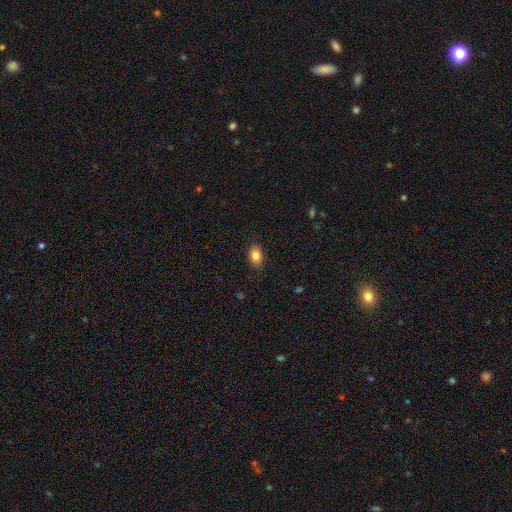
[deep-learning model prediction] A smooth galaxy with no disk features (85%) that is in between round and cigar-shaped (82%). Merging: none (87%).